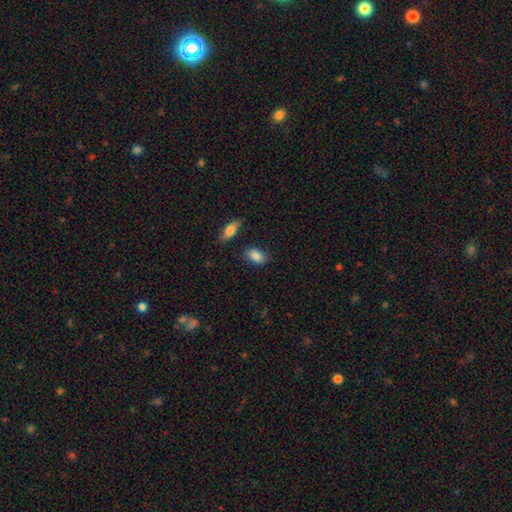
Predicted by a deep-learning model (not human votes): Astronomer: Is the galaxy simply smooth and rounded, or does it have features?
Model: smooth — 87%.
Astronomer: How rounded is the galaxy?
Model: in between — 88%.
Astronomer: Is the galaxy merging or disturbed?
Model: none — 79%.